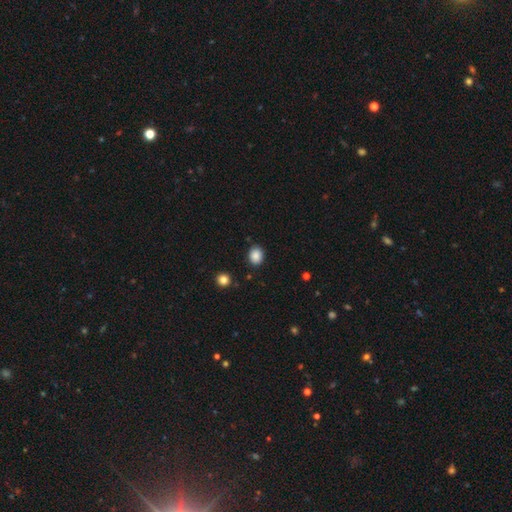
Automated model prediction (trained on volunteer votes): Overall: smooth (87%). How rounded: round (53%; in between 46%). Merging: none (87%).